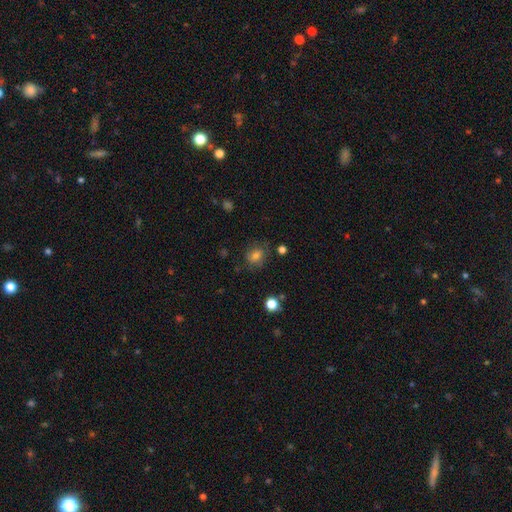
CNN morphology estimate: Smooth or featured? smooth (75%)
How rounded? round (57%)
Merging? none (73%)